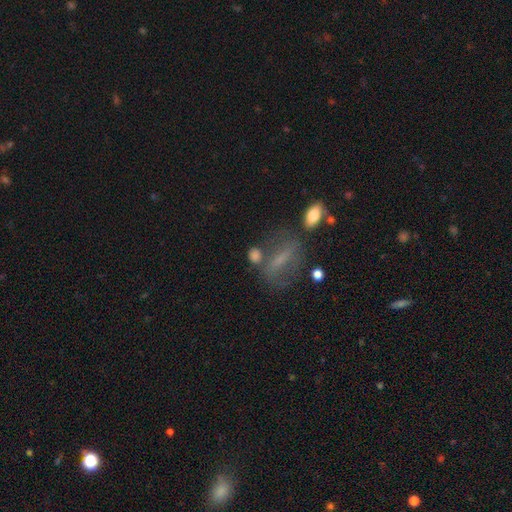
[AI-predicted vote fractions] smooth-or-featured: smooth: 57% | featured or disk: 28% | star or artifact: 15%
  how-rounded: in between: 56% | round: 28% | cigar-shaped: 16%
  merging: none: 51% | minor disturbance: 19% | merger: 15% | major disturbance: 15%